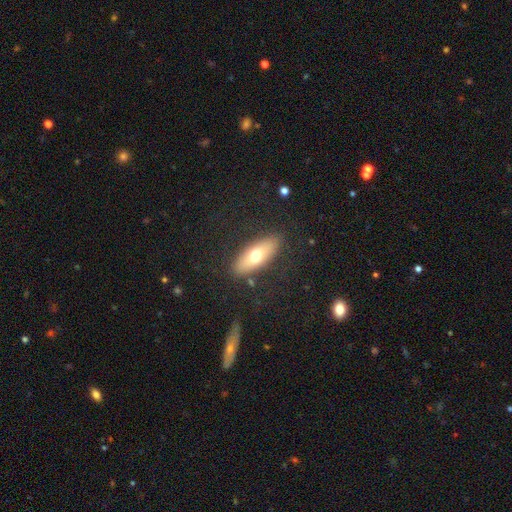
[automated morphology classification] smooth 65%, featured or disk 28%, star or artifact 7%. Down the decision tree: how rounded — in between (72%); merging — none (85%).